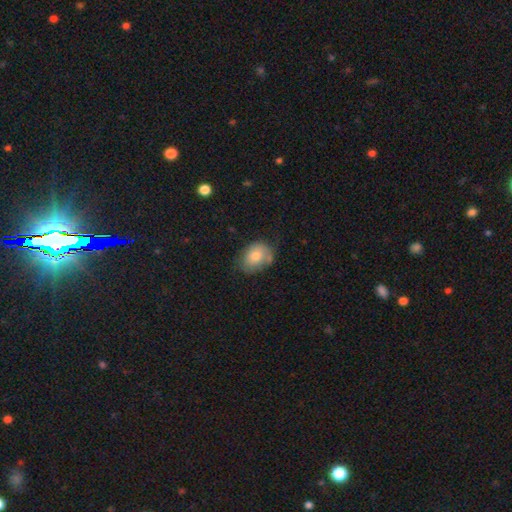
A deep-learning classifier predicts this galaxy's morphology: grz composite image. It shows a smooth galaxy with no disk features (71%) that is in between round and cigar-shaped (69%). Merging: none (54%).